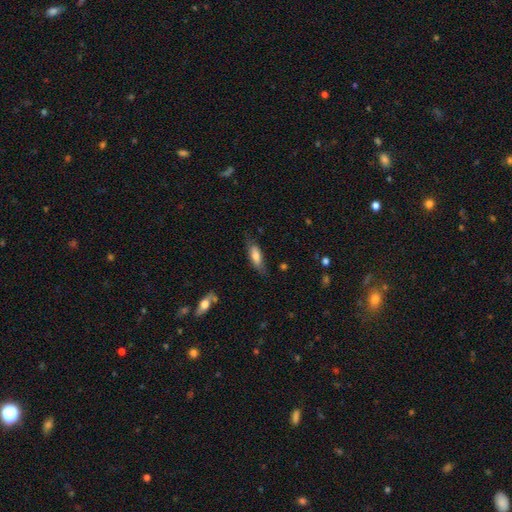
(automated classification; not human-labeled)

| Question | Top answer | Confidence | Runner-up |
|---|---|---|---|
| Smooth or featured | smooth | 69% | featured or disk (24%) |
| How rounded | in between | 59% | cigar-shaped (39%) |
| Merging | none | 69% | minor disturbance (23%) |